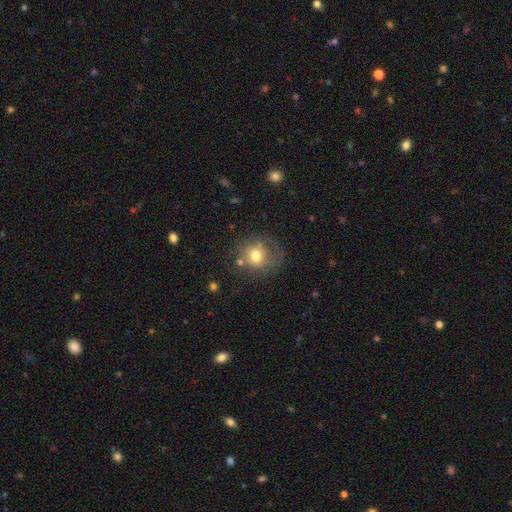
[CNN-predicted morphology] A smooth galaxy with no disk features (66%) that is round (74%).

Vote fractions:
- Smooth or featured? smooth: 66% / featured or disk: 24% / star or artifact: 10%
- How rounded? round: 74% / in between: 25% / cigar-shaped: 1%
- Merging? none: 51% / minor disturbance: 23% / major disturbance: 19% / merger: 7%